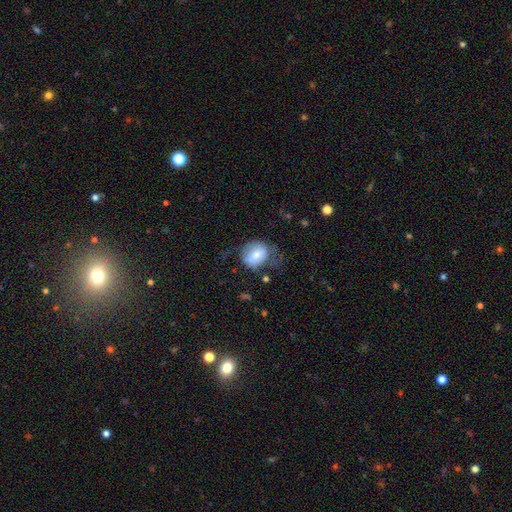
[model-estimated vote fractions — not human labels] A smooth galaxy with no disk features (67%) that is round (54%).

Vote fractions:
- Smooth or featured? smooth: 67% / featured or disk: 25% / star or artifact: 8%
- How rounded? round: 54% / in between: 45% / cigar-shaped: 1%
- Merging? none: 44% / minor disturbance: 31% / major disturbance: 22% / merger: 4%